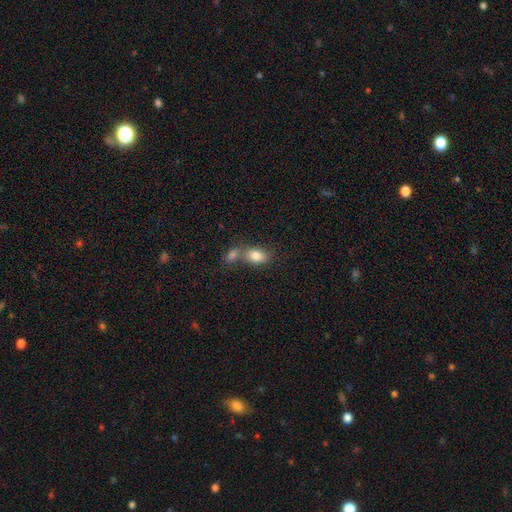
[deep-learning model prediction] Smooth or featured? Predicted: smooth (p=0.81). How rounded? Predicted: in between (p=0.78). Merging? Predicted: merger (p=0.46).